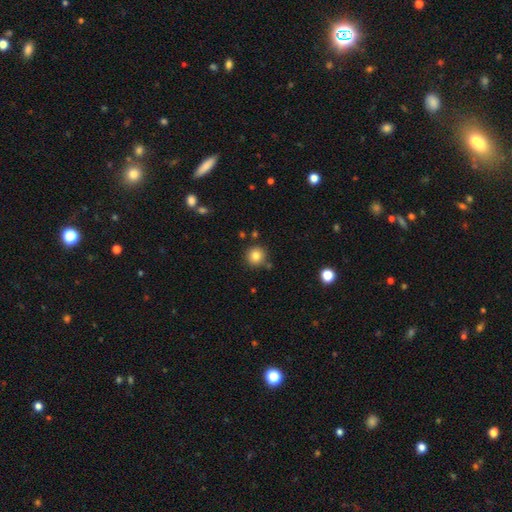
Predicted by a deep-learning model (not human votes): smooth 82%, star or artifact 11%, featured or disk 7%. Down the decision tree: how rounded — round (93%); merging — none (84%).